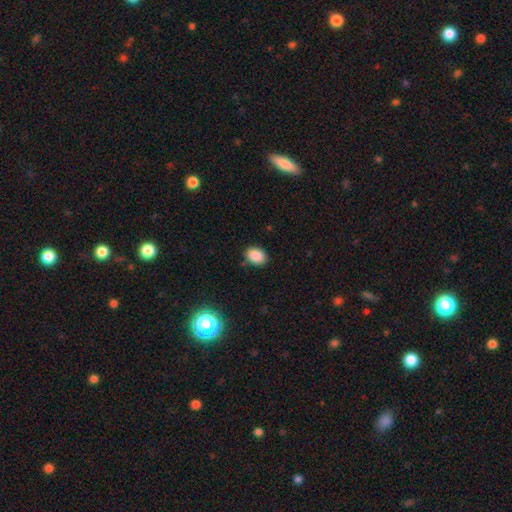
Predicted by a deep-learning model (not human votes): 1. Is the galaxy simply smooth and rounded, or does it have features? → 87% smooth, 10% star or artifact, 4% featured or disk.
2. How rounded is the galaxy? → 65% in between, 34% round, 1% cigar-shaped.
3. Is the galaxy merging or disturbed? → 81% none, 15% minor disturbance, 3% major disturbance, 2% merger.